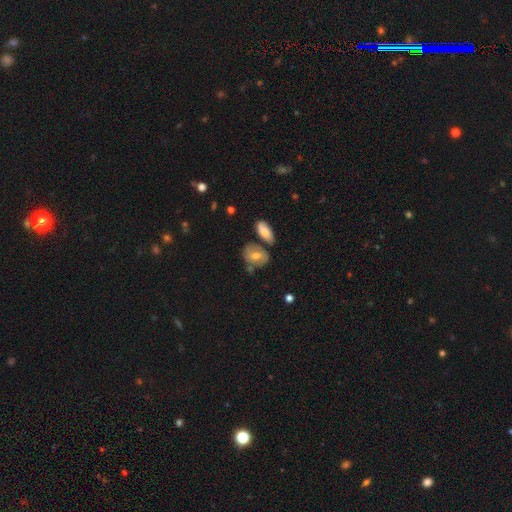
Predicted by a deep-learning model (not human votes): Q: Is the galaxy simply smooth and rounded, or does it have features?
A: smooth — 48%.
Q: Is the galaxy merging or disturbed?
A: none — 57%.